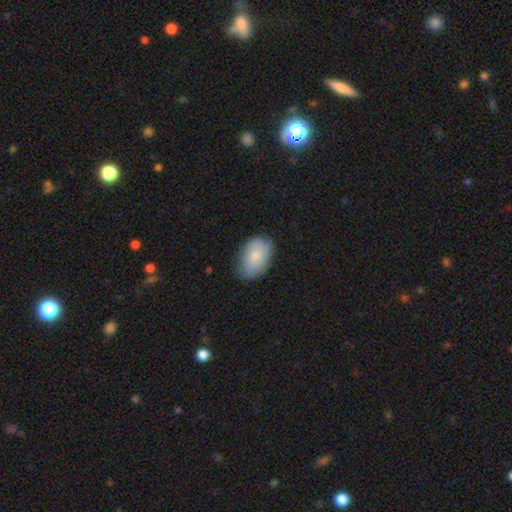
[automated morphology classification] Smooth or featured? smooth (81%)
How rounded? in between (90%)
Merging? none (71%)